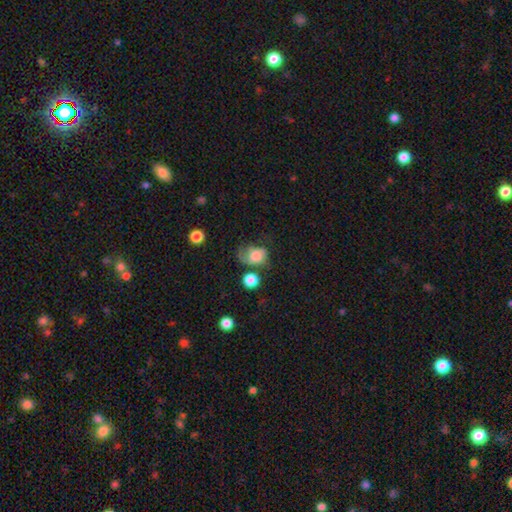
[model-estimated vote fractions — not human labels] smooth 63%, featured or disk 27%, star or artifact 11%. Down the decision tree: how rounded — in between (52%); merging — major disturbance (33%).